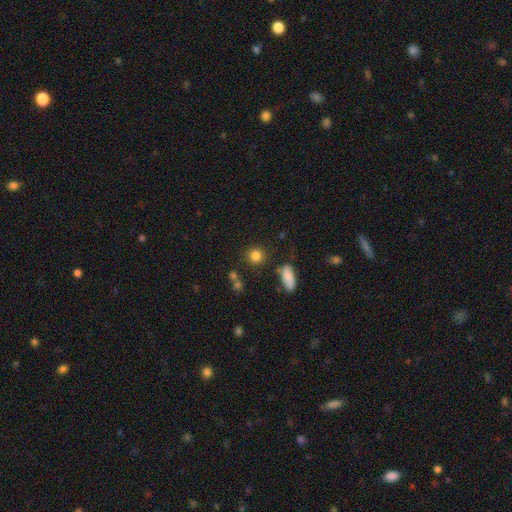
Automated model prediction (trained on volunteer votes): Smooth or featured? smooth (83%)
How rounded? round (86%)
Merging? none (81%)